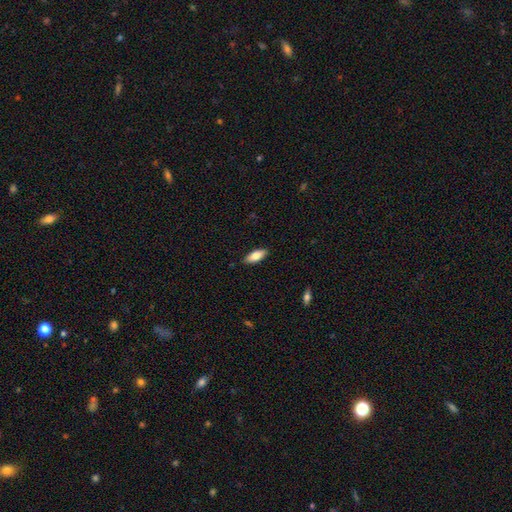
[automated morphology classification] Overall: smooth (81%). How rounded: in between (78%). Merging: none (87%).